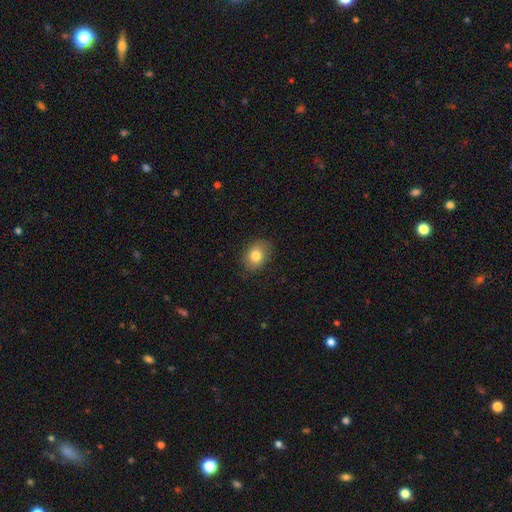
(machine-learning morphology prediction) This appears to be a smooth galaxy with no disk features (81%) that is in between round and cigar-shaped (65%). Merging: none (82%).